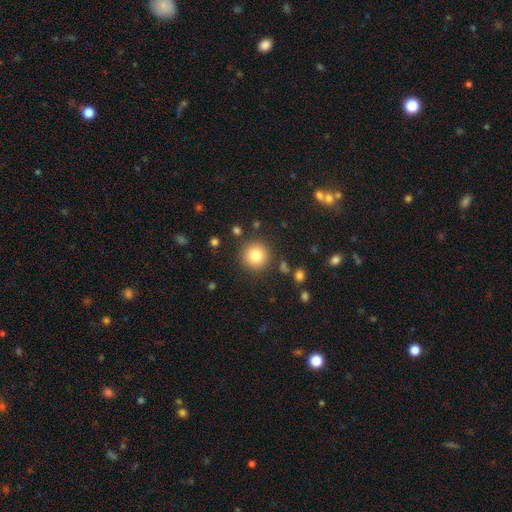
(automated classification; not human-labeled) A smooth galaxy with no disk features (82%) that is round (95%).

Vote fractions:
- Smooth or featured? smooth: 82% / star or artifact: 10% / featured or disk: 8%
- How rounded? round: 95% / in between: 4% / cigar-shaped: 1%
- Merging? none: 88% / minor disturbance: 7% / major disturbance: 3% / merger: 2%